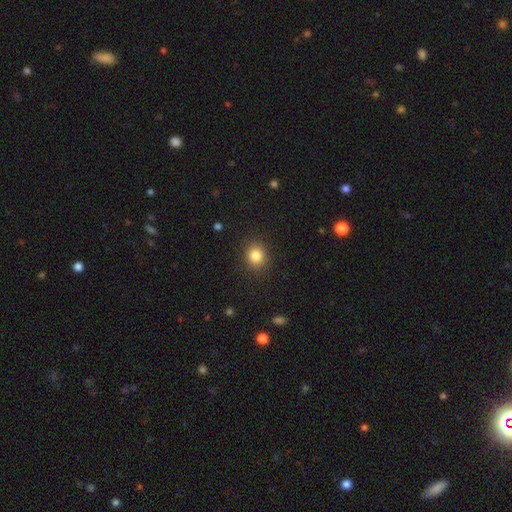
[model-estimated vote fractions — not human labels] This appears to be a smooth galaxy with no disk features (83%) that is round (76%). Merging: none (89%).